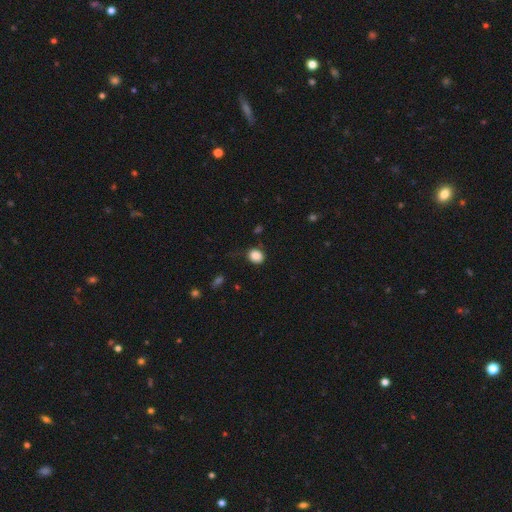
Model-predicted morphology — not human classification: This is clearly a smooth galaxy (86%). How rounded: likely round (65%). Merging: likely none (76%).